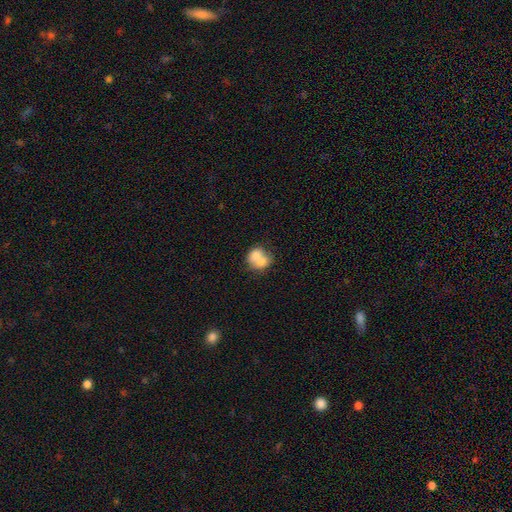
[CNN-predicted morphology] This appears to be a smooth galaxy with no disk features (70%) that is round (58%). Merging: merger (64%).